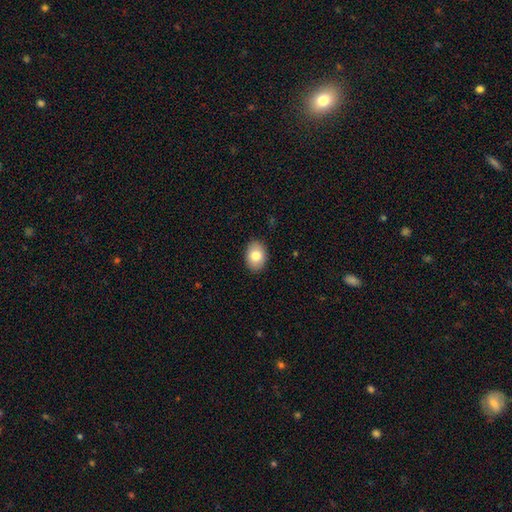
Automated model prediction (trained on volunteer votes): A smooth galaxy with no disk features (82%) that is in between round and cigar-shaped (77%).

Vote fractions:
- Smooth or featured? smooth: 82% / featured or disk: 11% / star or artifact: 7%
- How rounded? in between: 77% / round: 22% / cigar-shaped: 1%
- Merging? none: 89% / minor disturbance: 8% / major disturbance: 2% / merger: 1%